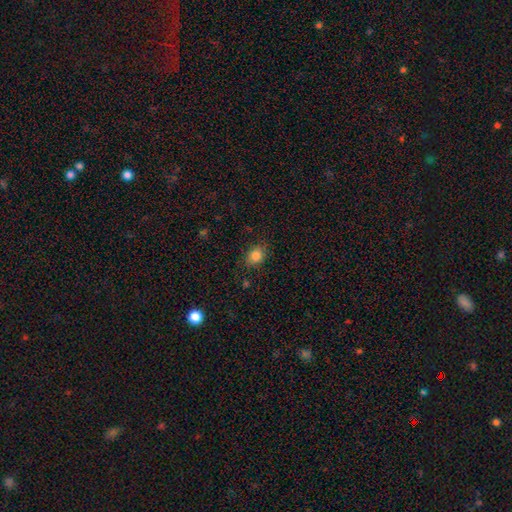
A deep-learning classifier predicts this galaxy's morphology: smooth-or-featured: smooth: 83% | star or artifact: 11% | featured or disk: 6%
  how-rounded: in between: 50% | round: 49% | cigar-shaped: 1%
  merging: none: 80% | minor disturbance: 14% | major disturbance: 4% | merger: 1%